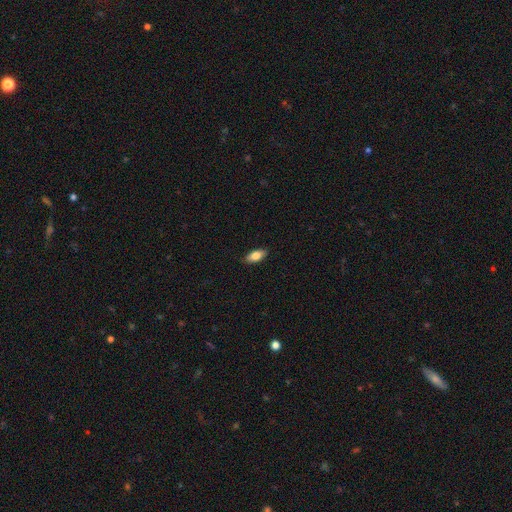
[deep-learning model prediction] The model was most divided on "smooth or featured": smooth: 81%, featured or disk: 13%, star or artifact: 6%. More confident: merging — none (89%); how rounded — in between (86%).